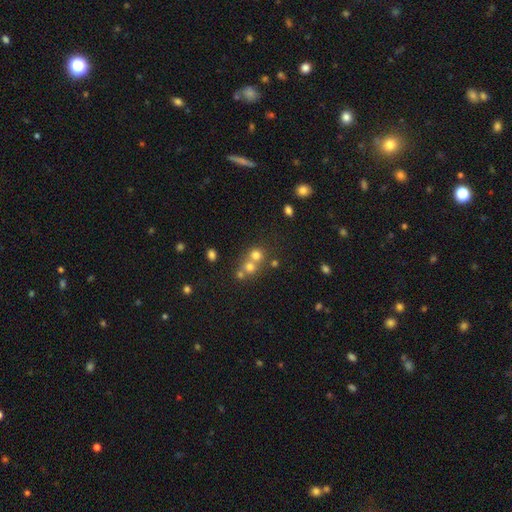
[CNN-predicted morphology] Smooth or featured: smooth — 67% (star or artifact — 19%)
How rounded: round — 85% (in between — 14%)
Merging: merger — 49% (none — 42%)